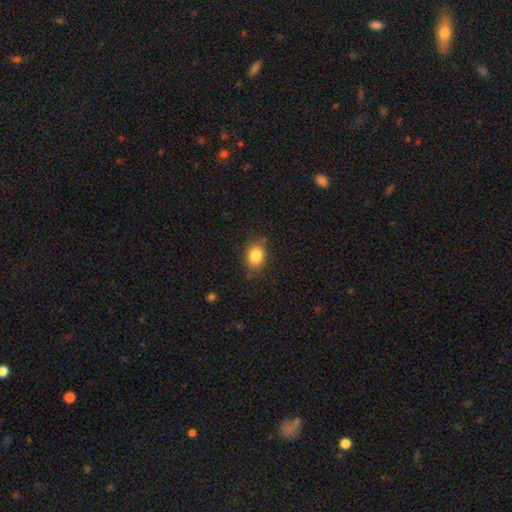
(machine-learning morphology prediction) This appears to be a smooth galaxy with no disk features (84%) that is in between round and cigar-shaped (56%). Merging: none (79%).